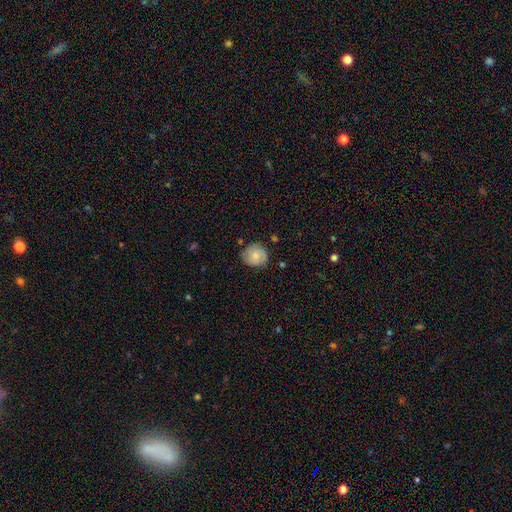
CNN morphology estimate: A smooth galaxy with no disk features (70%) that is round (84%).

Vote fractions:
- Smooth or featured? smooth: 70% / featured or disk: 23% / star or artifact: 7%
- How rounded? round: 84% / in between: 15% / cigar-shaped: 1%
- Merging? none: 75% / minor disturbance: 19% / major disturbance: 4% / merger: 2%